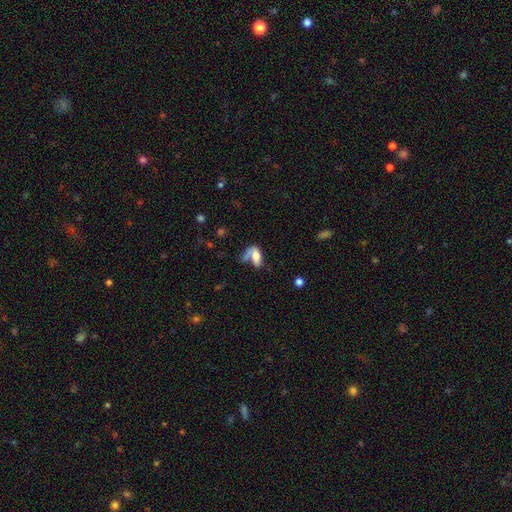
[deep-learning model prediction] The model was most divided on "merging": merger: 35%, none: 31%, major disturbance: 18%, minor disturbance: 16%. More confident: how rounded — in between (78%); smooth or featured — smooth (63%).